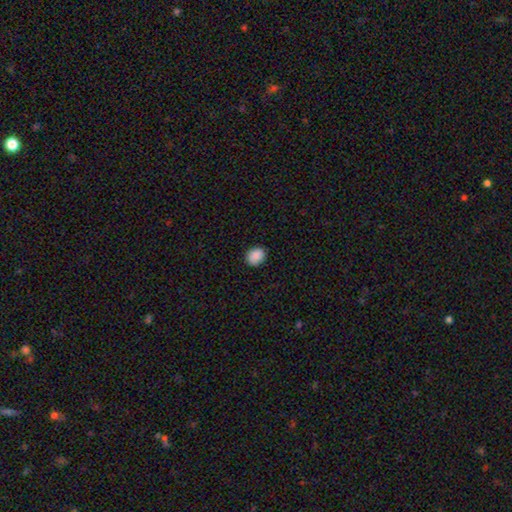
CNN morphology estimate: A smooth galaxy with no disk features (89%) that is round (51%).

Vote fractions:
- Smooth or featured? smooth: 89% / star or artifact: 8% / featured or disk: 3%
- How rounded? round: 51% / in between: 48% / cigar-shaped: 1%
- Merging? none: 87% / minor disturbance: 10% / major disturbance: 2% / merger: 1%